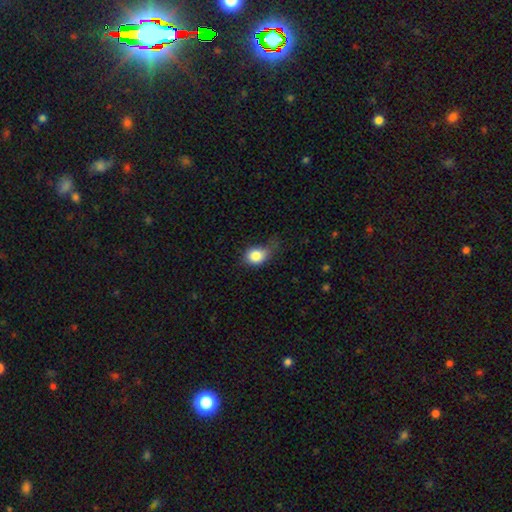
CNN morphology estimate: Smooth or featured?
  - smooth: 84% *
  - star or artifact: 9%
  - featured or disk: 7%
How rounded?
  - in between: 52% *
  - round: 47%
  - cigar-shaped: 1%
Merging?
  - none: 44% *
  - minor disturbance: 40%
  - major disturbance: 14%
  - merger: 3%